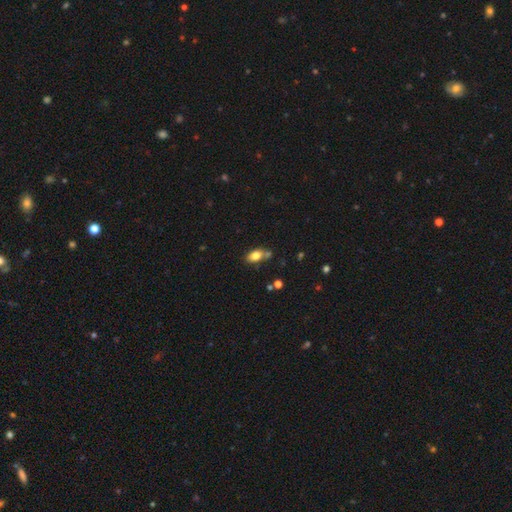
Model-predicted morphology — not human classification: smooth-or-featured: smooth: 78% | featured or disk: 13% | star or artifact: 9%
  how-rounded: in between: 86% | round: 10% | cigar-shaped: 4%
  merging: none: 65% | minor disturbance: 16% | merger: 15% | major disturbance: 4%